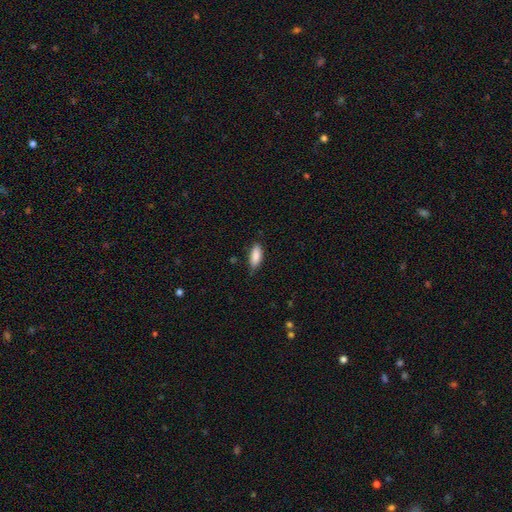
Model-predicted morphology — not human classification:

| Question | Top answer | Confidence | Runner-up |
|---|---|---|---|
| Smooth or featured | smooth | 88% | star or artifact (6%) |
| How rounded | in between | 79% | cigar-shaped (19%) |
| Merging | none | 78% | minor disturbance (18%) |